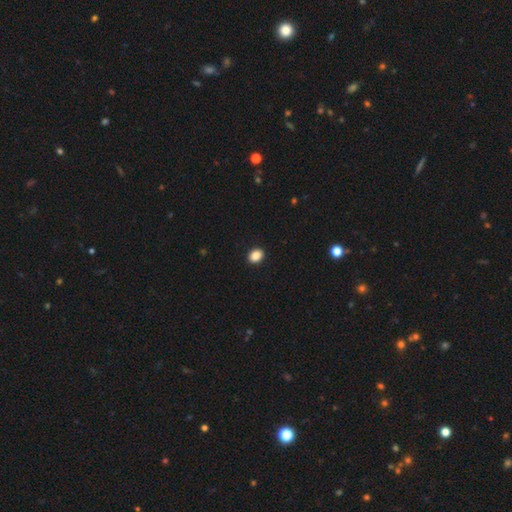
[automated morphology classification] smooth-or-featured: smooth: 88% | star or artifact: 9% | featured or disk: 3%
  how-rounded: in between: 58% | round: 41% | cigar-shaped: 1%
  merging: none: 92% | minor disturbance: 6% | major disturbance: 2% | merger: 1%